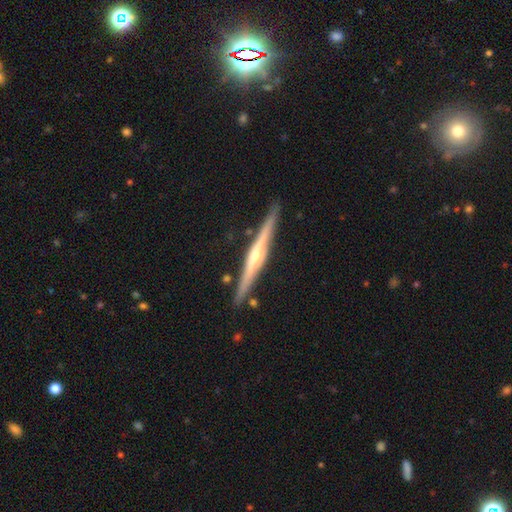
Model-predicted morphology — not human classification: Overall: featured or disk (83%). Edge-on disk: yes (98%). Edge-on bulge: rounded (84%). Merging: none (89%).